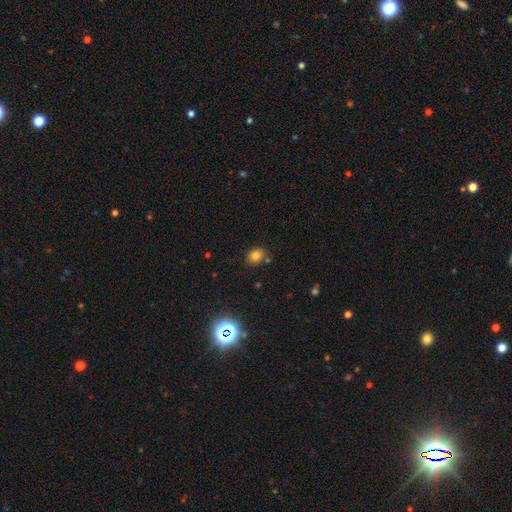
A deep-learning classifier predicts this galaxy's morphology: A smooth galaxy with no disk features (76%) that is in between round and cigar-shaped (54%). Merging: none (78%).